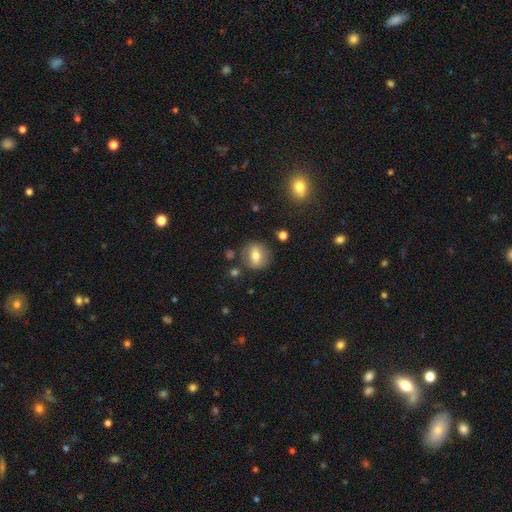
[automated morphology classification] type=smooth (63%); roundness=round (71%); merging=none (80%).